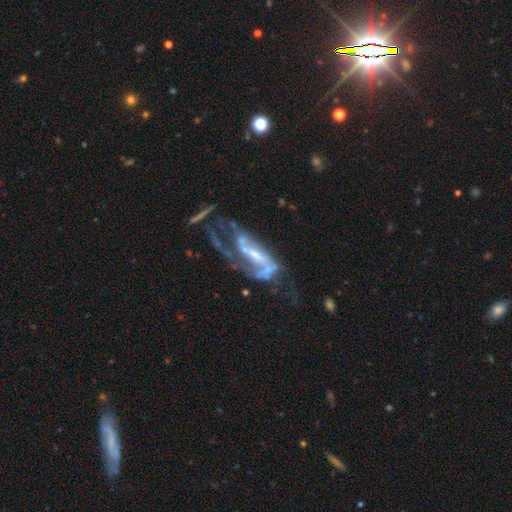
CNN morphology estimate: Smooth or featured?
  - featured or disk: 79% *
  - smooth: 11%
  - star or artifact: 10%
Edge-on disk?
  - no: 90% *
  - yes: 10%
Bar?
  - no: 34% *
  - weak: 33%
  - strong: 33%
Spiral arms?
  - yes: 75% *
  - no: 25%
Spiral winding?
  - loose: 46% *
  - medium: 35%
  - tight: 19%
Spiral arm count?
  - 2: 51% *
  - can't tell: 22%
  - 1: 17%
  - 3: 6%
  - 4: 2%
  - more than 4: 2%
Bulge size?
  - small: 45% *
  - moderate: 31%
  - none: 18%
  - large: 5%
  - dominant: 2%
Merging?
  - major disturbance: 46% *
  - none: 23%
  - merger: 16%
  - minor disturbance: 15%